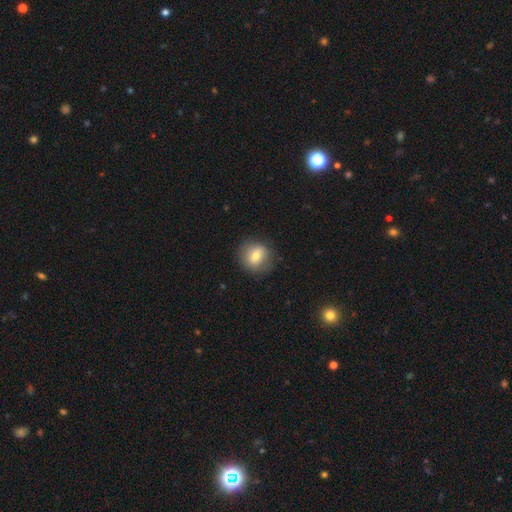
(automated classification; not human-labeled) A smooth galaxy with no disk features (69%) that is round (82%).

Vote fractions:
- Smooth or featured? smooth: 69% / featured or disk: 22% / star or artifact: 9%
- How rounded? round: 82% / in between: 17% / cigar-shaped: 1%
- Merging? none: 83% / minor disturbance: 12% / major disturbance: 4% / merger: 1%